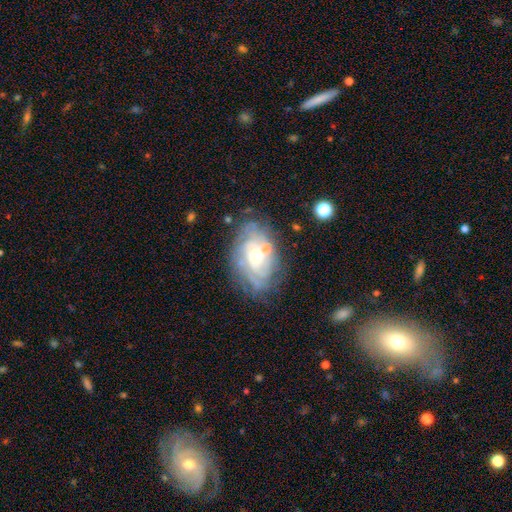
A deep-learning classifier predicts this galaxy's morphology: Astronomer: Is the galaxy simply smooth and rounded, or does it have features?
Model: featured or disk — 76%.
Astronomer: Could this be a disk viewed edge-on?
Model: no — 96%.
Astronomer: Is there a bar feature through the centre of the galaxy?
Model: no — 76%.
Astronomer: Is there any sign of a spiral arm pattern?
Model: yes — 84%.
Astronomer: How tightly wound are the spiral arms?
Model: tight — 67%.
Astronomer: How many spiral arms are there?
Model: can't tell — 51%.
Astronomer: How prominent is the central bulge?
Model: moderate — 50% (runner-up: small, 43%).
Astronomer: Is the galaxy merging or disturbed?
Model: none — 66%.